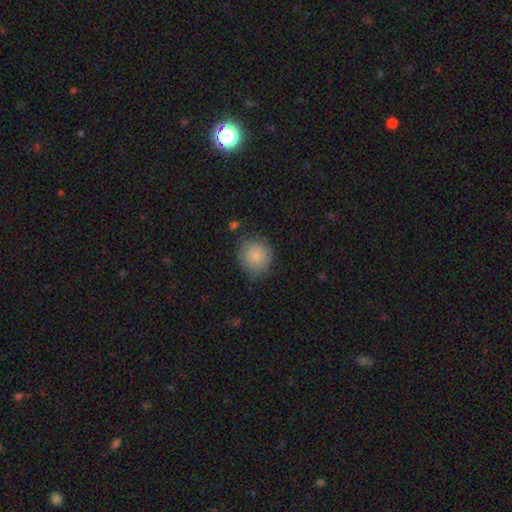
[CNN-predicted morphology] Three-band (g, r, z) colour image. It shows a smooth galaxy with no disk features (84%) that is round (85%). Merging: none (75%).